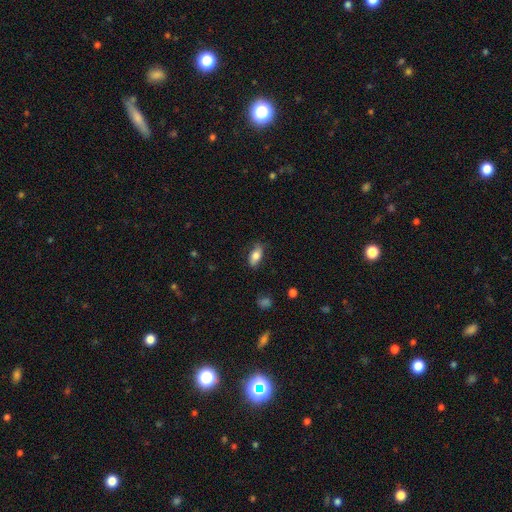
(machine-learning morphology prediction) Q: Smooth or featured?
A: smooth (78%); runner-up: featured or disk (15%)
Q: How rounded?
A: in between (87%); runner-up: cigar-shaped (9%)
Q: Merging?
A: none (76%); runner-up: minor disturbance (18%)